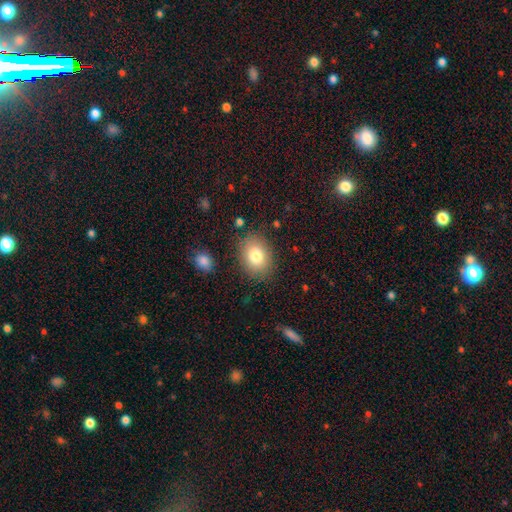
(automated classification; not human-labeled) A smooth galaxy with no disk features (80%) that is in between round and cigar-shaped (59%).

Vote fractions:
- Smooth or featured? smooth: 80% / featured or disk: 11% / star or artifact: 10%
- How rounded? in between: 59% / round: 40% / cigar-shaped: 1%
- Merging? none: 84% / minor disturbance: 10% / major disturbance: 3% / merger: 2%